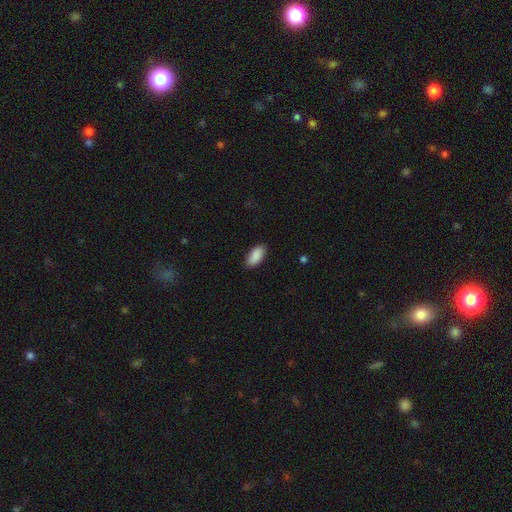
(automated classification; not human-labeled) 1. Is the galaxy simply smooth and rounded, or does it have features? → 89% smooth, 6% star or artifact, 5% featured or disk.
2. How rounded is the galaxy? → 91% in between, 7% cigar-shaped, 2% round.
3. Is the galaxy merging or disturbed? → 85% none, 11% minor disturbance, 2% major disturbance, 1% merger.